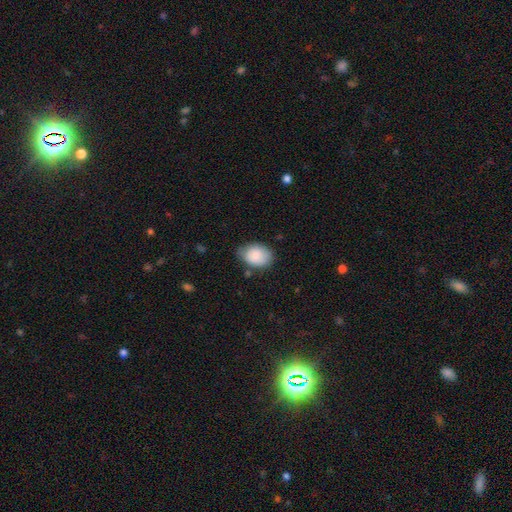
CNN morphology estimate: A smooth galaxy with no disk features (85%) that is in between round and cigar-shaped (72%).

Vote fractions:
- Smooth or featured? smooth: 85% / featured or disk: 8% / star or artifact: 7%
- How rounded? in between: 72% / round: 28% / cigar-shaped: 1%
- Merging? none: 64% / minor disturbance: 28% / major disturbance: 6% / merger: 3%